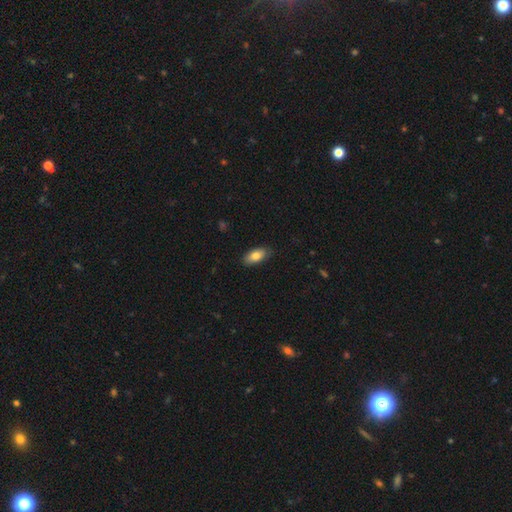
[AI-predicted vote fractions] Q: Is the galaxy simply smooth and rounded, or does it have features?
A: smooth — 80%.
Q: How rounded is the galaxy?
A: in between — 90%.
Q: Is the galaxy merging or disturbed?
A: none — 83%.